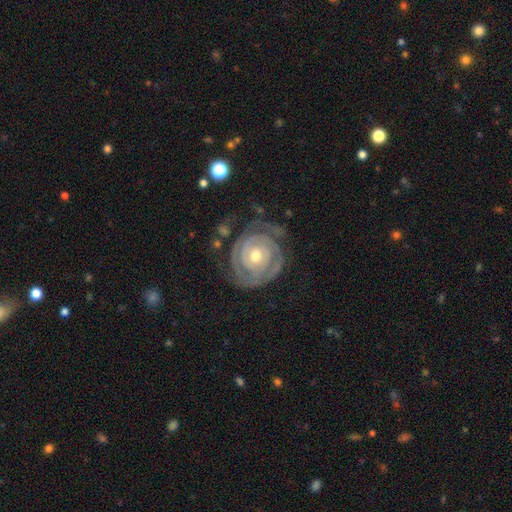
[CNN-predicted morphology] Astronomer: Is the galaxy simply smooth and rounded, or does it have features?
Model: featured or disk — 90%.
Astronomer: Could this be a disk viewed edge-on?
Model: no — 97%.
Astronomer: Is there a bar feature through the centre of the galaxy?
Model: no — 66%.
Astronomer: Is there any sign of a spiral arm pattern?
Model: yes — 97%.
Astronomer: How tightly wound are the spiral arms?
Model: tight — 86%.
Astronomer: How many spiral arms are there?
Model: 2 — 53%.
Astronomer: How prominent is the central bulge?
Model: moderate — 66%.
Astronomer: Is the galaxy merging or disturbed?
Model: none — 71%.